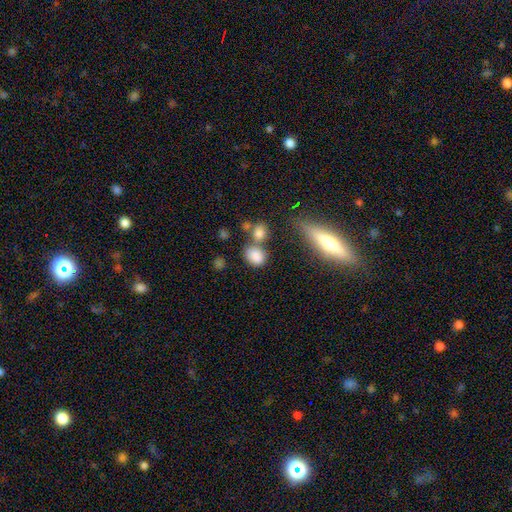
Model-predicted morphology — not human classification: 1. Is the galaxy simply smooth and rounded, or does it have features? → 83% smooth, 10% star or artifact, 7% featured or disk.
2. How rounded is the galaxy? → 57% in between, 40% round, 2% cigar-shaped.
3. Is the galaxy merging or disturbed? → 55% none, 25% merger, 14% minor disturbance, 6% major disturbance.